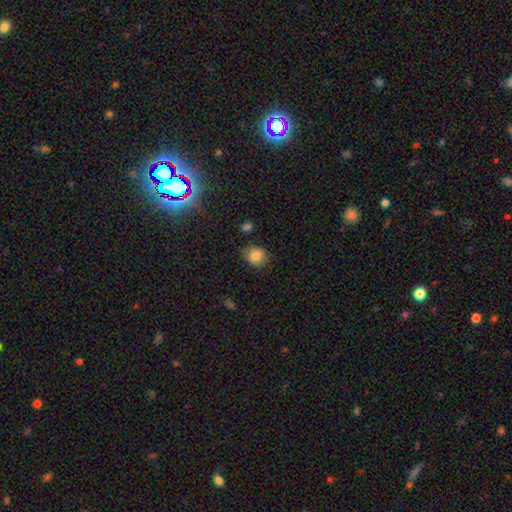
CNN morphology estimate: Overall: smooth (83%). How rounded: round (72%). Merging: none (83%).